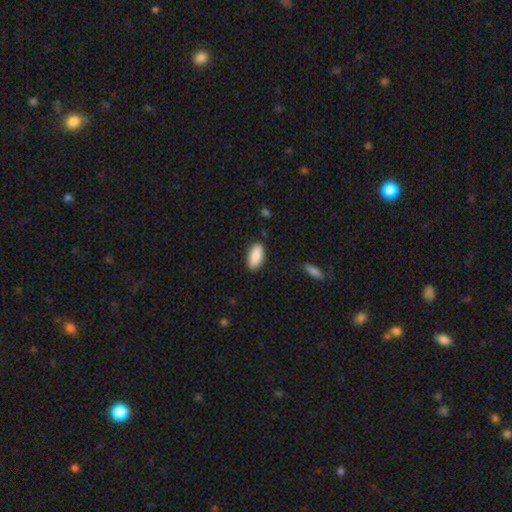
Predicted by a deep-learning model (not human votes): Smooth or featured? smooth (89%)
How rounded? in between (91%)
Merging? none (86%)